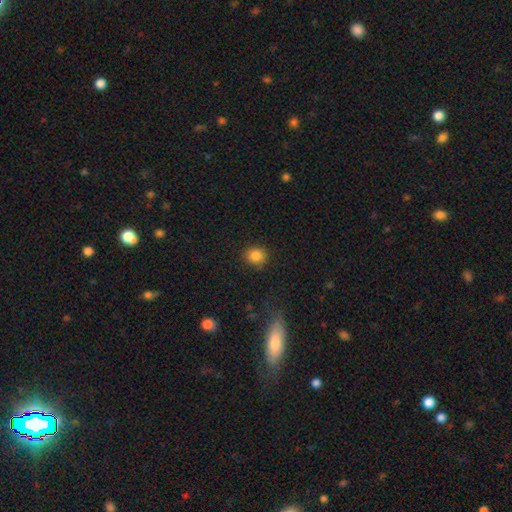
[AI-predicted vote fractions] smooth 85%, star or artifact 11%, featured or disk 4%. Down the decision tree: how rounded — round (83%); merging — none (88%).